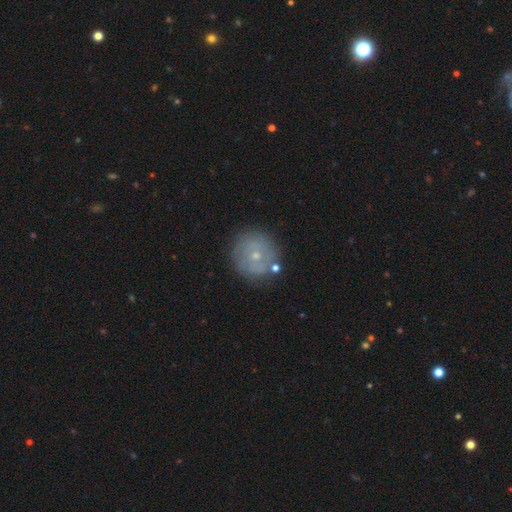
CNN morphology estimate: Smooth or featured? Predicted: smooth (p=0.45). Merging? Predicted: none (p=0.79).